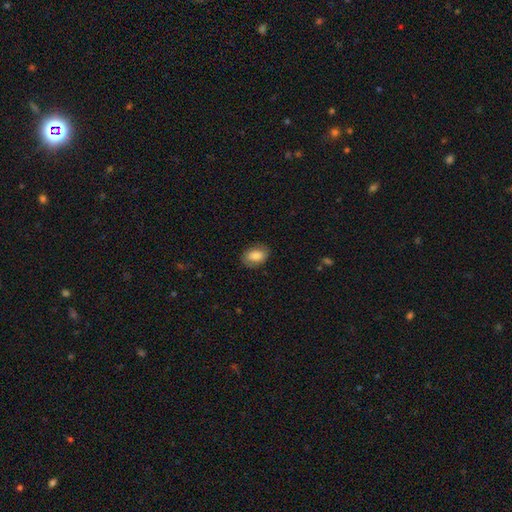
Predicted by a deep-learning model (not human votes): Smooth or featured? Predicted: smooth (p=0.85). How rounded? Predicted: in between (p=0.88). Merging? Predicted: none (p=0.81).